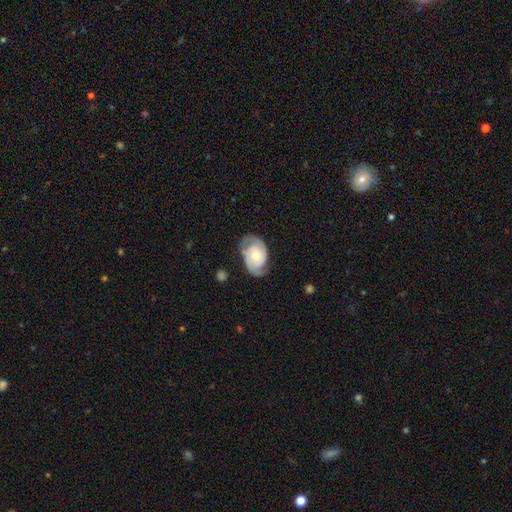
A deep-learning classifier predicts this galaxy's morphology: This appears to be a featured or disk galaxy (69%) with no bar (71%), 2 (72%) tight (49%) spiral arms (87%) and a moderate central bulge (61%). Merging: none (61%).